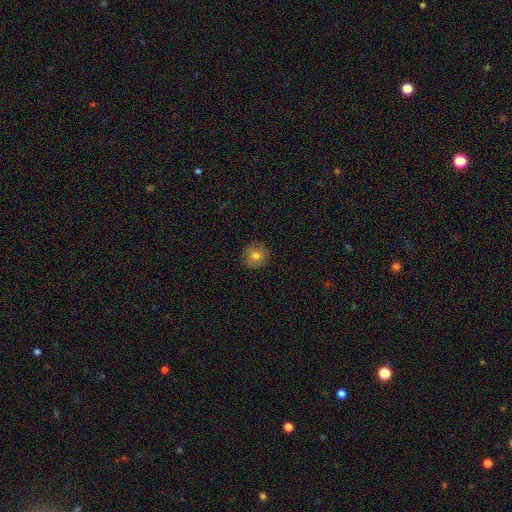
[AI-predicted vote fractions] Smooth or featured?
  - smooth: 75% *
  - featured or disk: 16%
  - star or artifact: 10%
How rounded?
  - round: 91% *
  - in between: 8%
  - cigar-shaped: 1%
Merging?
  - none: 88% *
  - minor disturbance: 9%
  - major disturbance: 2%
  - merger: 1%